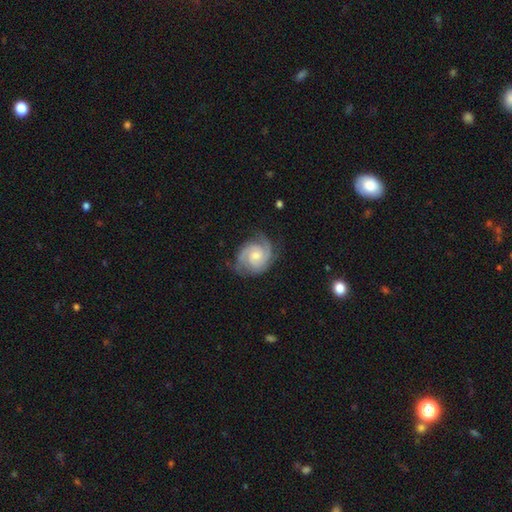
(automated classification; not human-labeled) Smooth or featured: featured or disk — 86% (smooth — 9%)
Edge-on disk: no — 98% (yes — 2%)
Bar: no — 69% (weak — 27%)
Spiral arms: yes — 98% (no — 2%)
Spiral winding: tight — 58% (medium — 35%)
Spiral arm count: 2 — 47% (3 — 32%)
Bulge size: moderate — 49% (small — 43%)
Merging: none — 73% (minor disturbance — 19%)